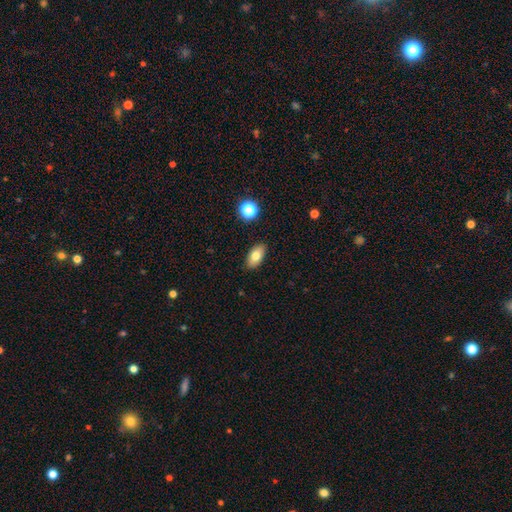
Smooth or featured? smooth (75%)
How rounded? in between (77%)
Merging? none (83%)